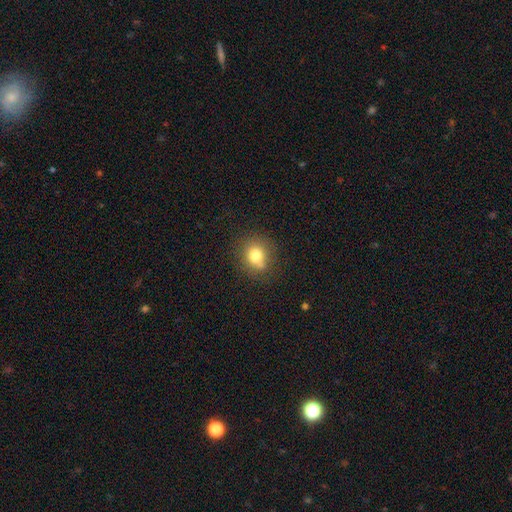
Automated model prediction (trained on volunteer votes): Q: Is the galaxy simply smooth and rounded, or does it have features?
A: smooth — 77%.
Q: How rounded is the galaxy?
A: round — 80%.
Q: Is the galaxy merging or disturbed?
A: none — 70%.